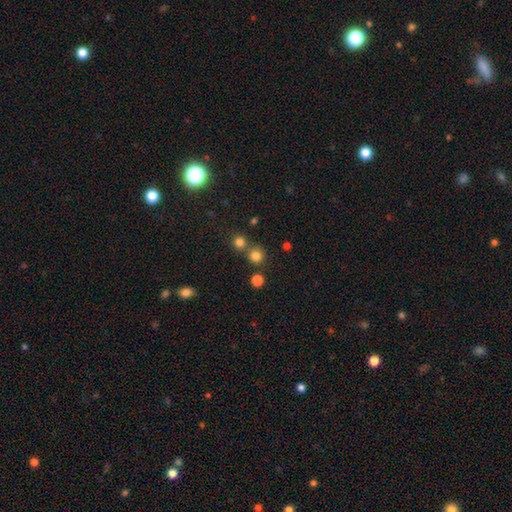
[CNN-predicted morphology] A smooth galaxy with no disk features (78%) that is round (92%). Merging: none (69%).